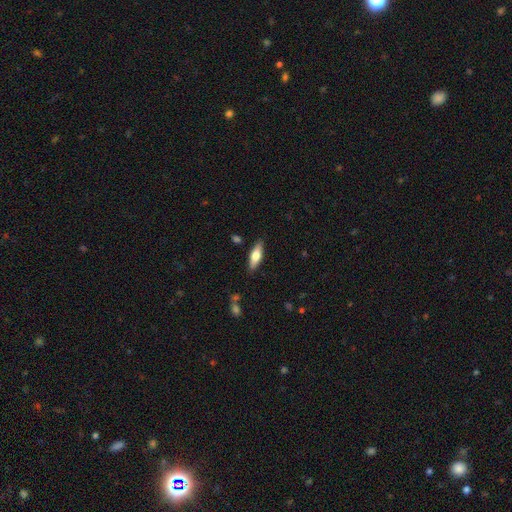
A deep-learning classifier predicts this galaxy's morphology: smooth 61%, featured or disk 33%, star or artifact 6%. Down the decision tree: how rounded — in between (54%); merging — none (86%).